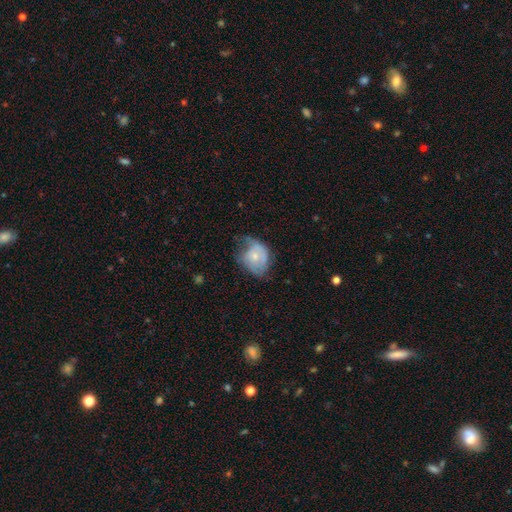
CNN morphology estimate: Smooth or featured? Predicted: smooth (p=0.51). How rounded? Predicted: round (p=0.51). Merging? Predicted: minor disturbance (p=0.38).